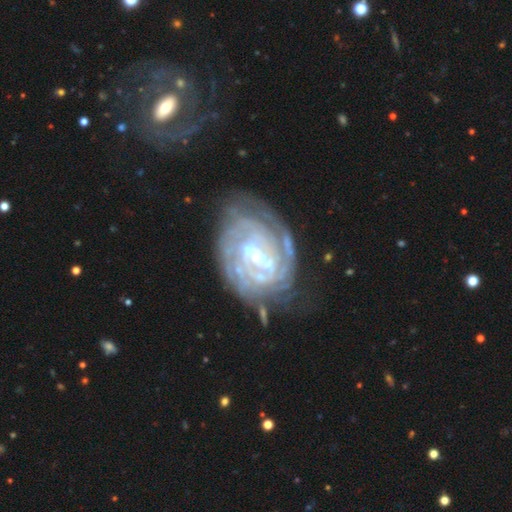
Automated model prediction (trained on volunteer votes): Smooth or featured? featured or disk (87%)
Edge-on disk? no (97%)
Bar? strong (46%)
Spiral arms? yes (95%)
Spiral winding? tight (76%)
Spiral arm count? can't tell (38%)
Bulge size? moderate (46%)
Merging? none (64%)